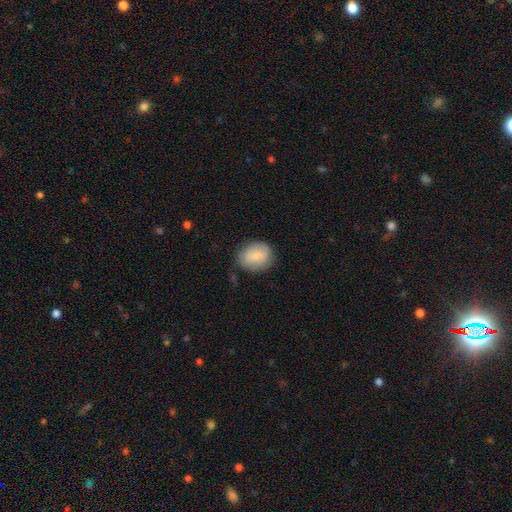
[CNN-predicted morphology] Overall: smooth (83%). How rounded: in between (58%; round 41%). Merging: none (76%).